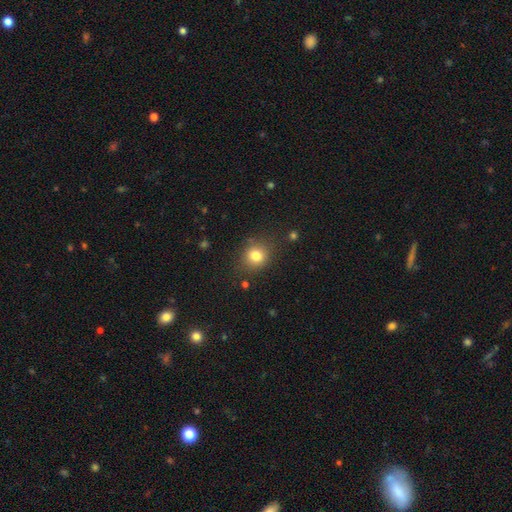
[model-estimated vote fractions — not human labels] Smooth or featured? smooth (81%)
How rounded? round (77%)
Merging? none (81%)